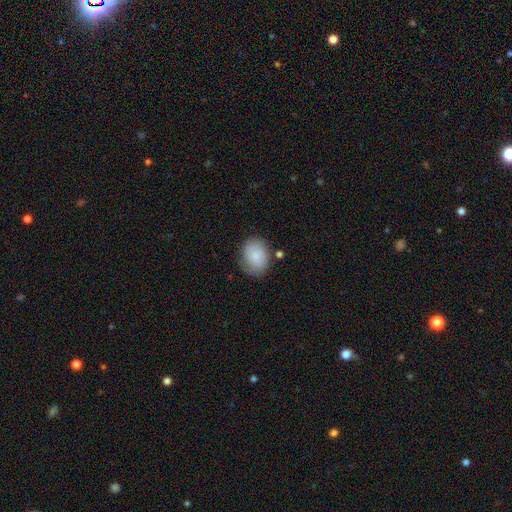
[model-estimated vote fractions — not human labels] smooth 80%, featured or disk 13%, star or artifact 7%. Down the decision tree: how rounded — in between (52%); merging — none (72%).